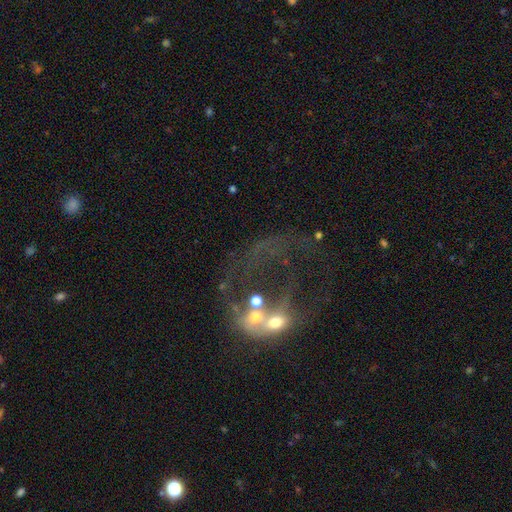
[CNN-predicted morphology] Q: Smooth or featured?
A: featured or disk (51%); runner-up: star or artifact (30%)
Q: Edge-on disk?
A: no (96%); runner-up: yes (4%)
Q: Merging?
A: merger (39%); runner-up: major disturbance (34%)